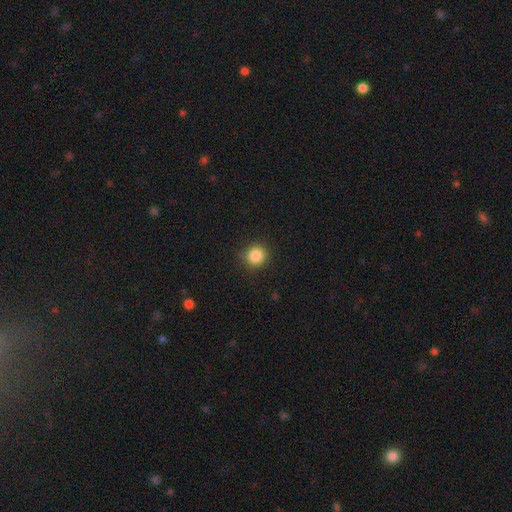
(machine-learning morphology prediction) smooth_or_featured: smooth (p=0.86) [alt: star or artifact p=0.10]
how_rounded: round (p=0.91) [alt: in between p=0.08]
merging: none (p=0.87) [alt: minor disturbance p=0.09]